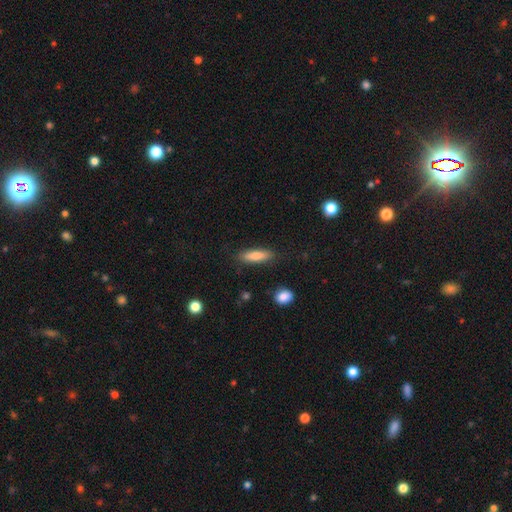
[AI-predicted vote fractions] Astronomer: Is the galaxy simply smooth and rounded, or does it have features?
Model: smooth — 78%.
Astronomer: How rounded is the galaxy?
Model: cigar-shaped — 57% (runner-up: in between, 41%).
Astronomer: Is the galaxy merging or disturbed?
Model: none — 85%.